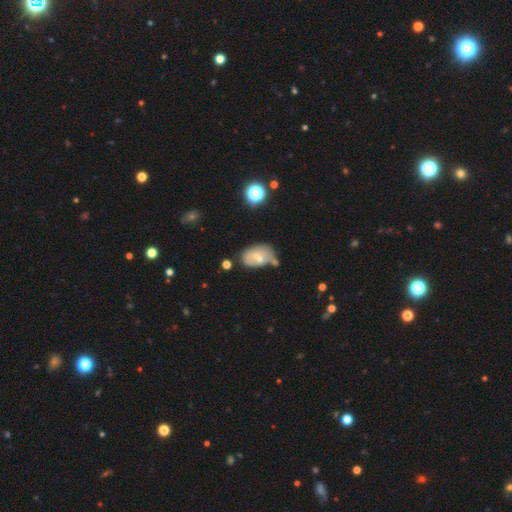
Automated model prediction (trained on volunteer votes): Smooth or featured? smooth (53%)
How rounded? in between (87%)
Merging? none (46%)